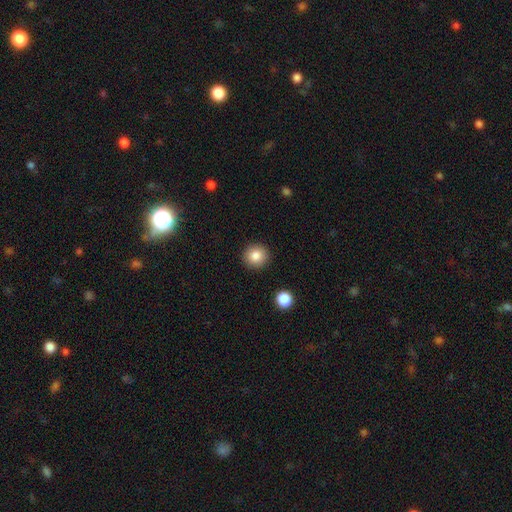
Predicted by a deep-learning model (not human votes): Morphology: type=smooth (85%); roundness=round (92%); merging=none (91%).